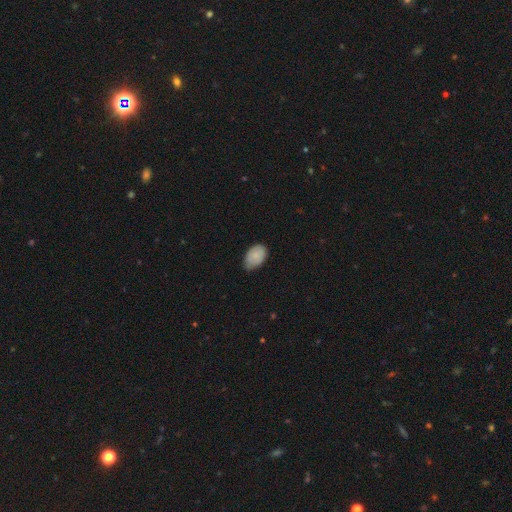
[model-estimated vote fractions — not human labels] Overall: smooth (84%). How rounded: in between (91%). Merging: none (59%; minor disturbance 35%).